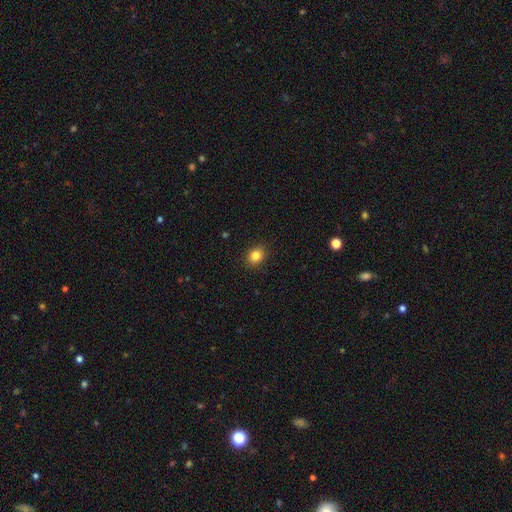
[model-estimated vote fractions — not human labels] smooth-or-featured: smooth: 84% | star or artifact: 10% | featured or disk: 6%
  how-rounded: in between: 51% | round: 48% | cigar-shaped: 1%
  merging: none: 89% | minor disturbance: 8% | major disturbance: 2% | merger: 1%